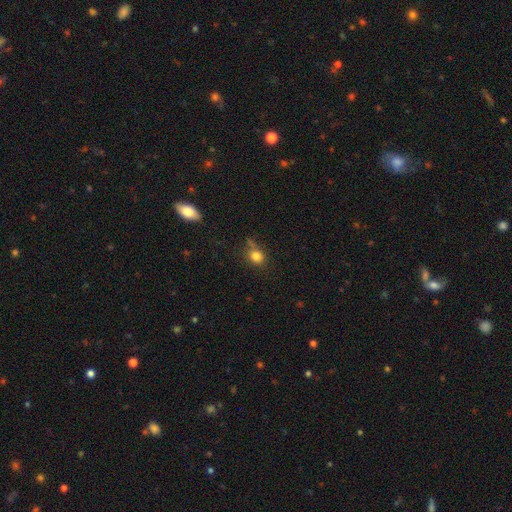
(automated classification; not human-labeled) Overall: smooth (81%). How rounded: round (70%). Merging: none (62%).